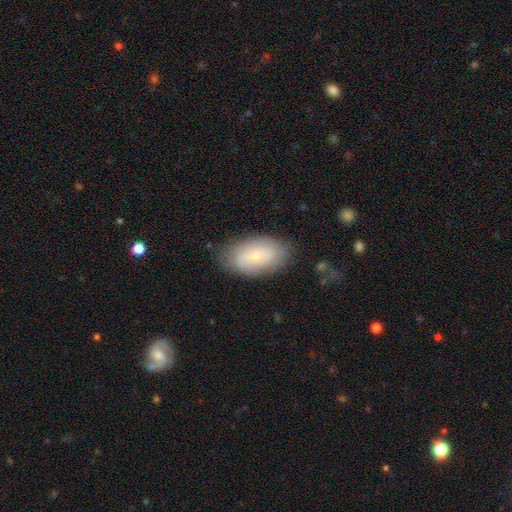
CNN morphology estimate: Q: Smooth or featured?
A: smooth (60%); runner-up: featured or disk (33%)
Q: How rounded?
A: in between (93%); runner-up: round (4%)
Q: Merging?
A: none (80%); runner-up: minor disturbance (14%)